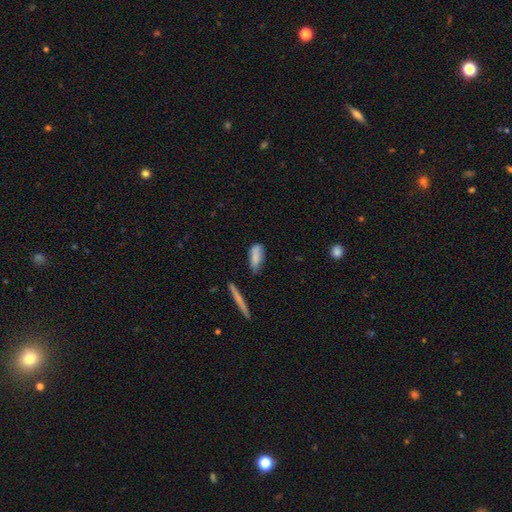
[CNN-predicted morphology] Overall: smooth (78%). How rounded: in between (61%; cigar-shaped 37%). Merging: none (59%; minor disturbance 29%).